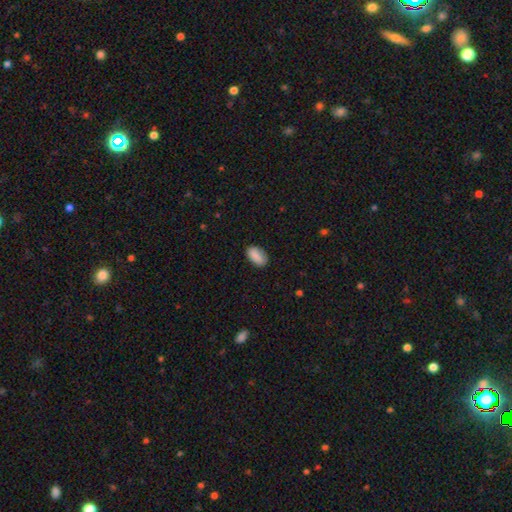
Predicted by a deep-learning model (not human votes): smooth 87%, star or artifact 7%, featured or disk 6%. Down the decision tree: how rounded — in between (93%); merging — none (81%).